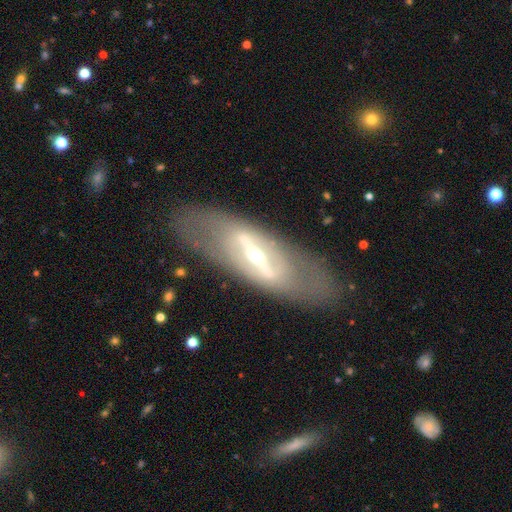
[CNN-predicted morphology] type=featured or disk (80%); edge-on=no (70%); bar=strong (76%); spiral arms=no (67%); bulge=small (59%); merging=none (80%).